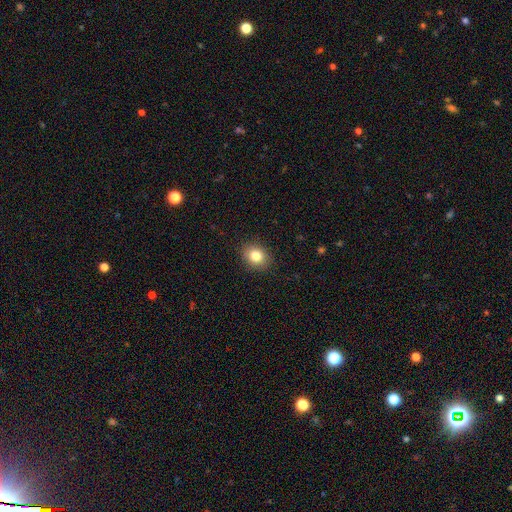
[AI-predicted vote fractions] smooth-or-featured: smooth: 82% | star or artifact: 10% | featured or disk: 8%
  how-rounded: round: 54% | in between: 45% | cigar-shaped: 1%
  merging: none: 89% | minor disturbance: 8% | major disturbance: 2% | merger: 1%